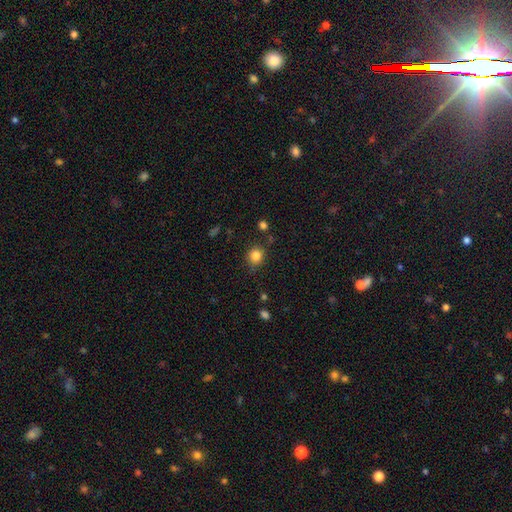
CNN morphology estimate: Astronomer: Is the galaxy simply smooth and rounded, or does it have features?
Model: smooth — 84%.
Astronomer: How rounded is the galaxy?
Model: round — 83%.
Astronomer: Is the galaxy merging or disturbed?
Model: none — 79%.